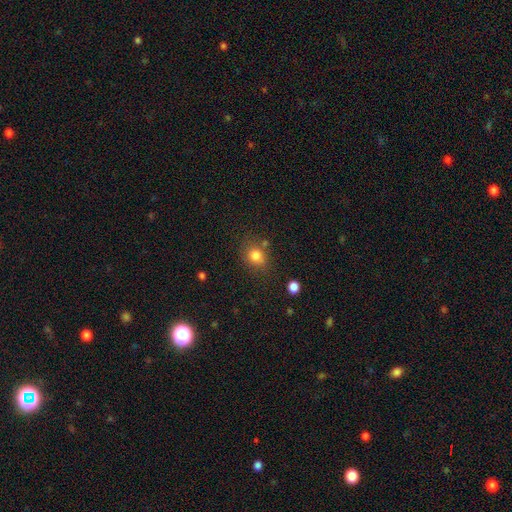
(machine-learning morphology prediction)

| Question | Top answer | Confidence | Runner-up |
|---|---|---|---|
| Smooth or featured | smooth | 80% | star or artifact (12%) |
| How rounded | round | 63% | in between (36%) |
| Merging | none | 71% | minor disturbance (16%) |